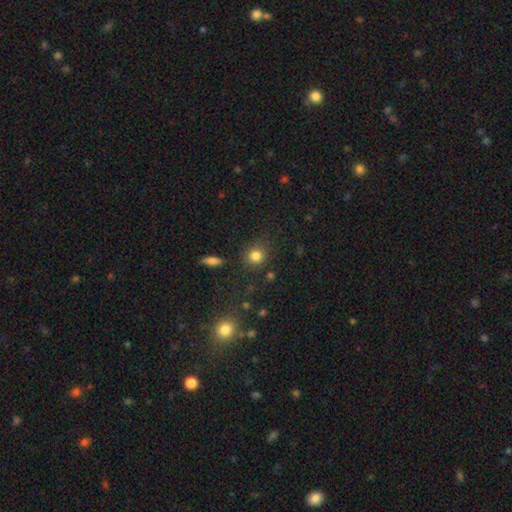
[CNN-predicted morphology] Smooth or featured? smooth (82%)
How rounded? round (87%)
Merging? none (83%)